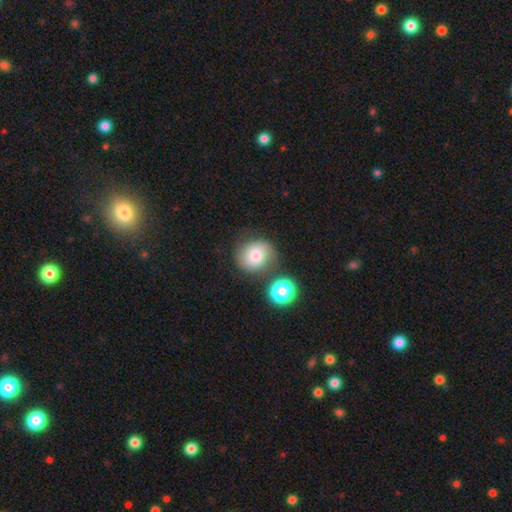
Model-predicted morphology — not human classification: smooth_or_featured: smooth (p=0.71) [alt: featured or disk p=0.17]
how_rounded: round (p=0.81) [alt: in between p=0.18]
merging: none (p=0.69) [alt: minor disturbance p=0.16]